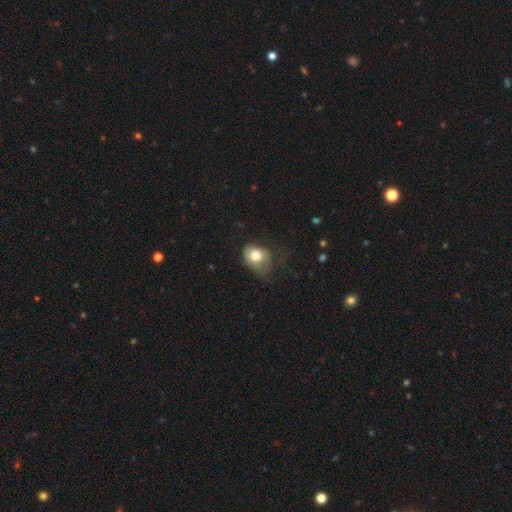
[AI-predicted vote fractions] Smooth or featured? Predicted: smooth (p=0.76). How rounded? Predicted: in between (p=0.58). Merging? Predicted: minor disturbance (p=0.37).